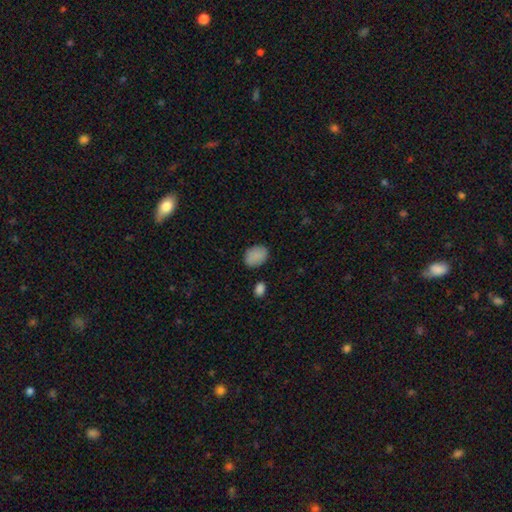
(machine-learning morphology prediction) type=smooth (88%); roundness=in between (76%); merging=none (83%).